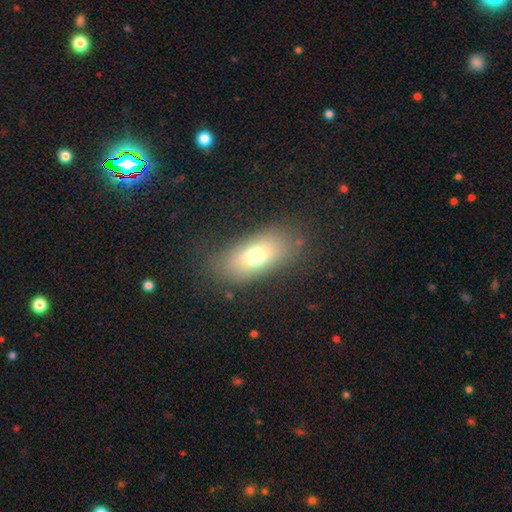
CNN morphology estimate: smooth 70%, featured or disk 19%, star or artifact 12%. Down the decision tree: how rounded — in between (83%); merging — none (79%).